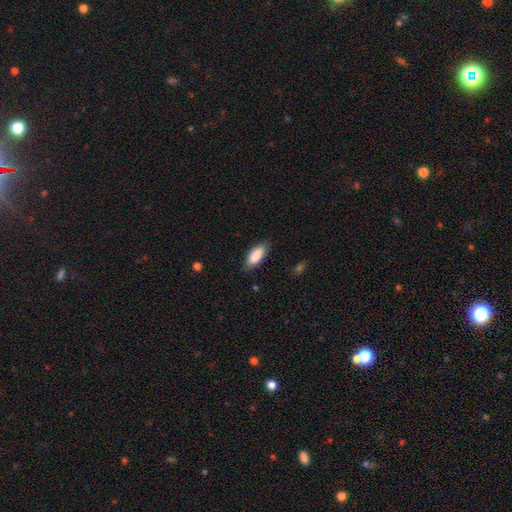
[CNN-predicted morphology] Smooth or featured: smooth — 88% (featured or disk — 6%)
How rounded: in between — 84% (cigar-shaped — 15%)
Merging: none — 83% (minor disturbance — 13%)